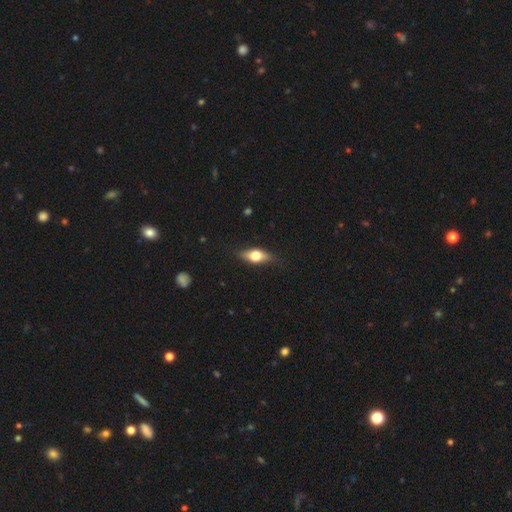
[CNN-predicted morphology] Q: Smooth or featured?
A: smooth (58%); runner-up: featured or disk (35%)
Q: How rounded?
A: in between (71%); runner-up: cigar-shaped (22%)
Q: Merging?
A: none (81%); runner-up: minor disturbance (15%)